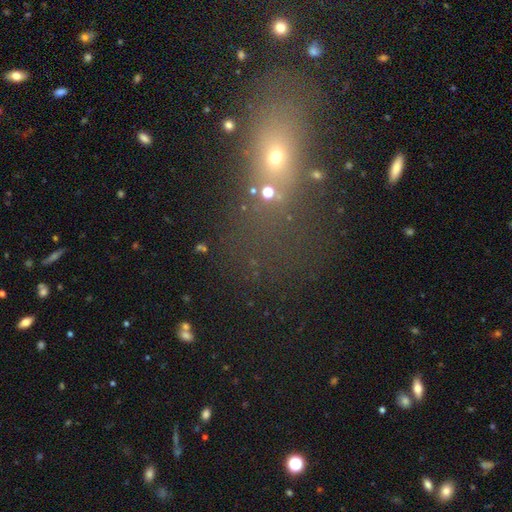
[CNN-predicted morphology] star or artifact 42%, smooth 39%, featured or disk 19%.